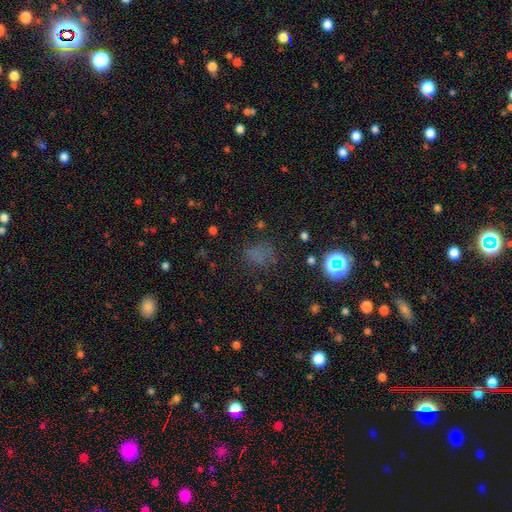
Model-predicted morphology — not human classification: smooth-or-featured: smooth: 49% | star or artifact: 42% | featured or disk: 9%
  merging: none: 73% | minor disturbance: 15% | major disturbance: 9% | merger: 3%